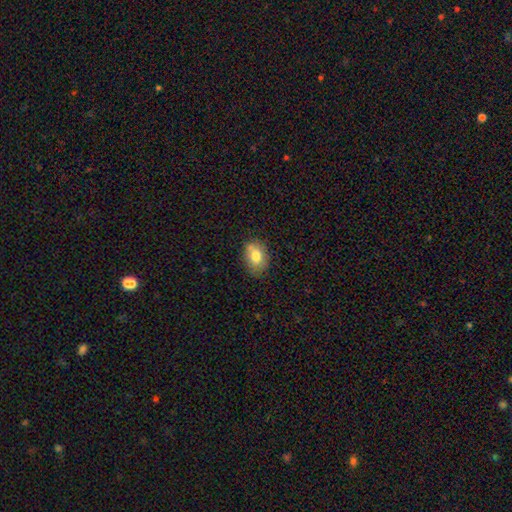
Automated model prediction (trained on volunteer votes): smooth_or_featured: smooth (p=0.77) [alt: featured or disk p=0.14]
how_rounded: in between (p=0.70) [alt: round p=0.29]
merging: none (p=0.72) [alt: minor disturbance p=0.18]